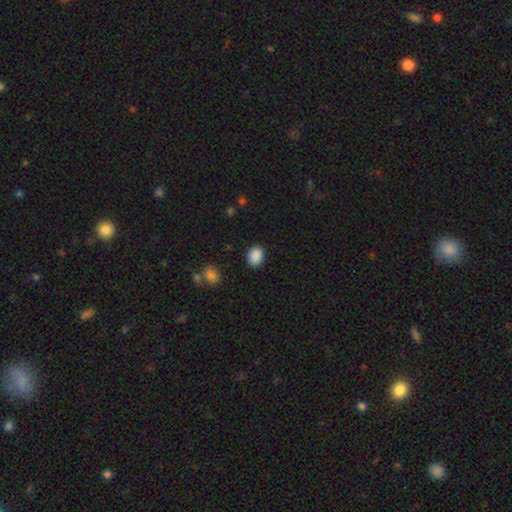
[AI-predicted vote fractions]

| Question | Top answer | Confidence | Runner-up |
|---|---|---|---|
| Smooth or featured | smooth | 89% | star or artifact (8%) |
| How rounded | in between | 64% | round (35%) |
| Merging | none | 87% | minor disturbance (9%) |